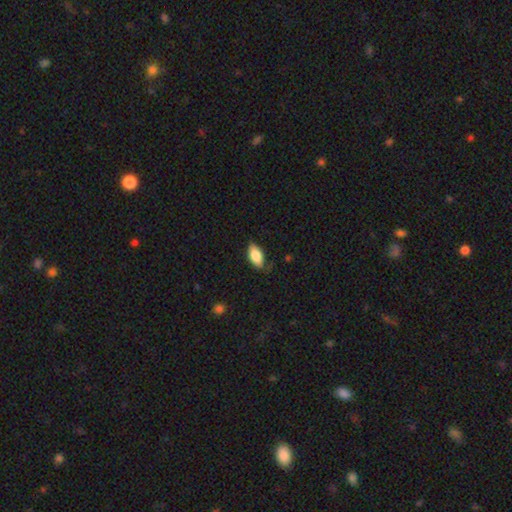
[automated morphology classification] smooth_or_featured: smooth (p=0.80) [alt: featured or disk p=0.13]
how_rounded: in between (p=0.89) [alt: cigar-shaped p=0.08]
merging: none (p=0.74) [alt: minor disturbance p=0.21]